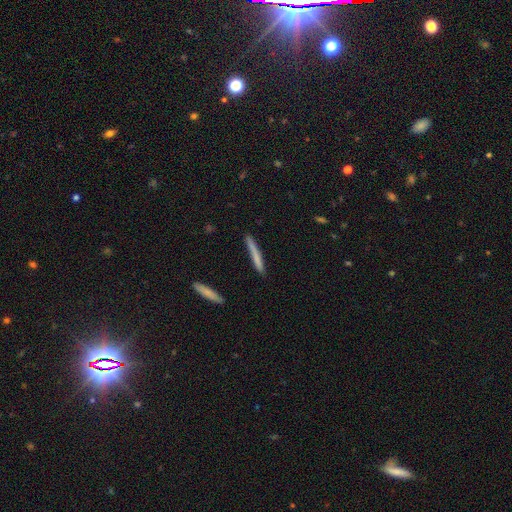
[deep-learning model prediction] Smooth or featured: smooth — 69% (featured or disk — 25%)
How rounded: cigar-shaped — 96% (in between — 3%)
Merging: none — 86% (minor disturbance — 10%)